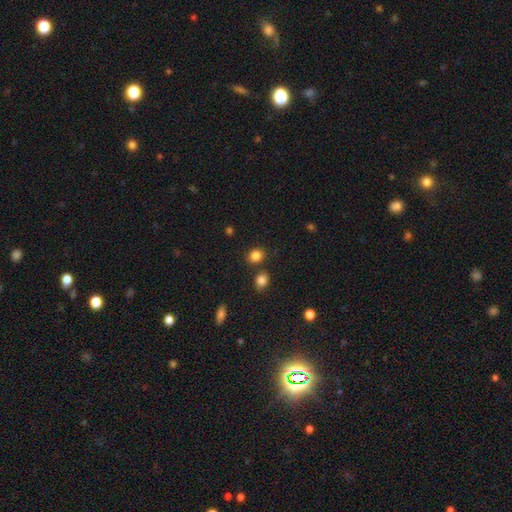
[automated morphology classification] smooth 85%, star or artifact 11%, featured or disk 4%. Down the decision tree: how rounded — round (65%); merging — none (77%).